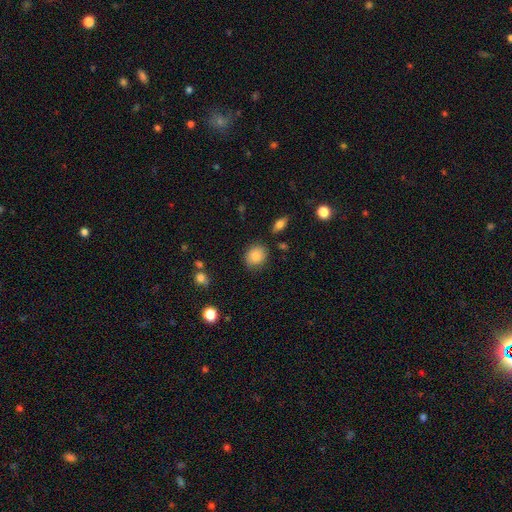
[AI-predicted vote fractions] This is clearly a smooth galaxy (85%). How rounded: possibly round (60%). Merging: clearly none (83%).